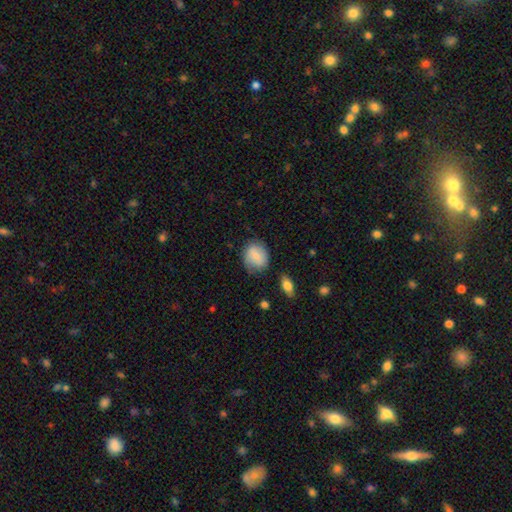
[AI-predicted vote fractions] Overall: smooth (79%). How rounded: round (56%; in between 43%). Merging: none (70%).